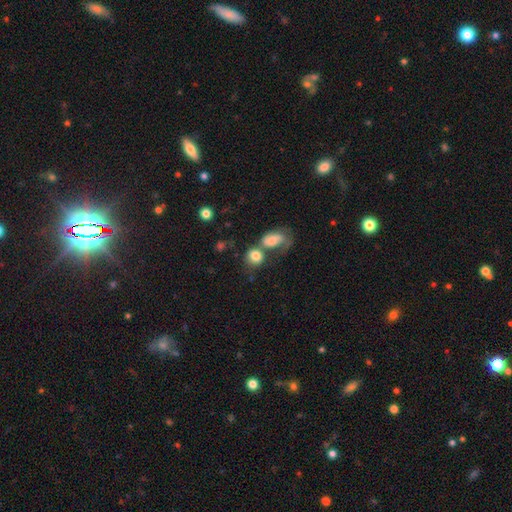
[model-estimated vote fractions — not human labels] This is likely a smooth galaxy (79%). How rounded: likely round (68%). Merging: possibly merger (49%).